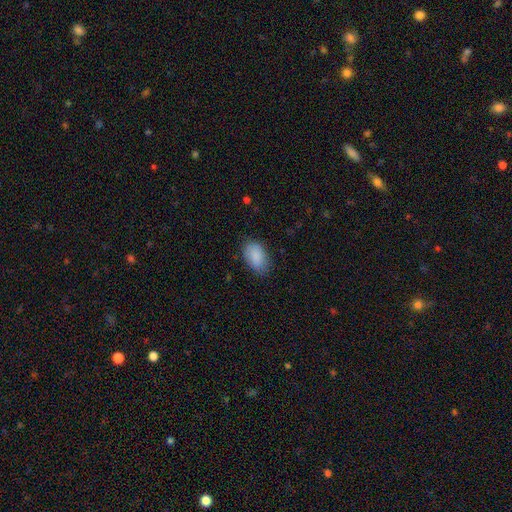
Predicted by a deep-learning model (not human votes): Smooth or featured?
  - smooth: 88% *
  - star or artifact: 6%
  - featured or disk: 5%
How rounded?
  - in between: 93% *
  - round: 6%
  - cigar-shaped: 2%
Merging?
  - none: 79% *
  - minor disturbance: 17%
  - major disturbance: 4%
  - merger: 1%